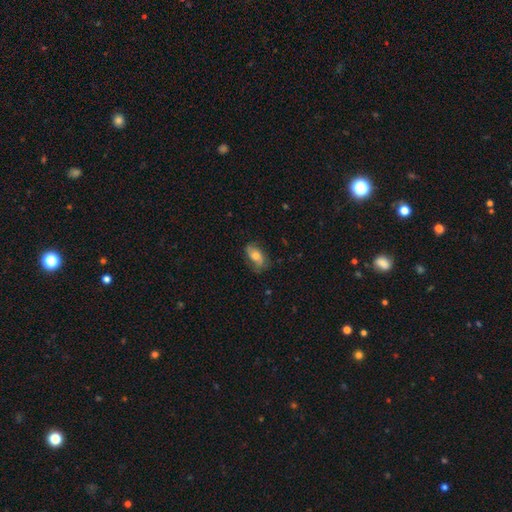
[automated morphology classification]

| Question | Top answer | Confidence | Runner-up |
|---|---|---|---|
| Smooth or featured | smooth | 54% | featured or disk (38%) |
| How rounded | in between | 88% | round (7%) |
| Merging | none | 67% | minor disturbance (23%) |